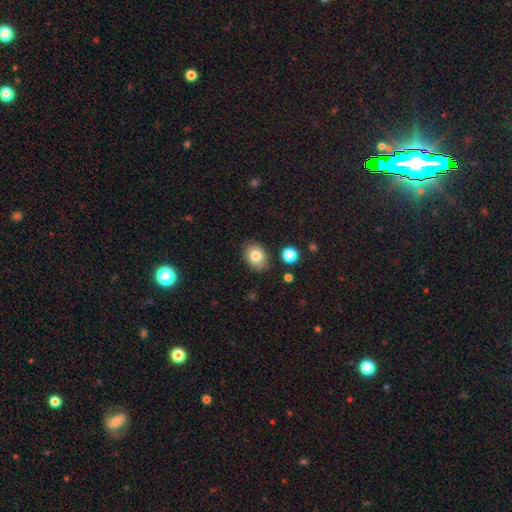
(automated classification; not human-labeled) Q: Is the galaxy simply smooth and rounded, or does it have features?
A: smooth — 81%.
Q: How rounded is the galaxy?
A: in between — 65%.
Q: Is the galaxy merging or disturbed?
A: none — 85%.